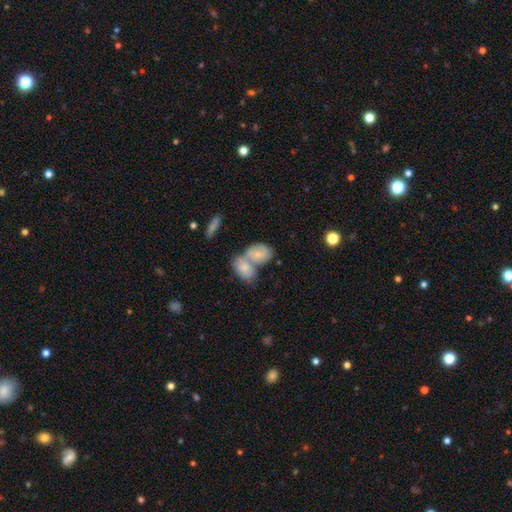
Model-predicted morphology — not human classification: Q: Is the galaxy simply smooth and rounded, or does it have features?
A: smooth — 62%.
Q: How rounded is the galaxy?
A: in between — 76%.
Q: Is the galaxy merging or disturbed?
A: merger — 60%.